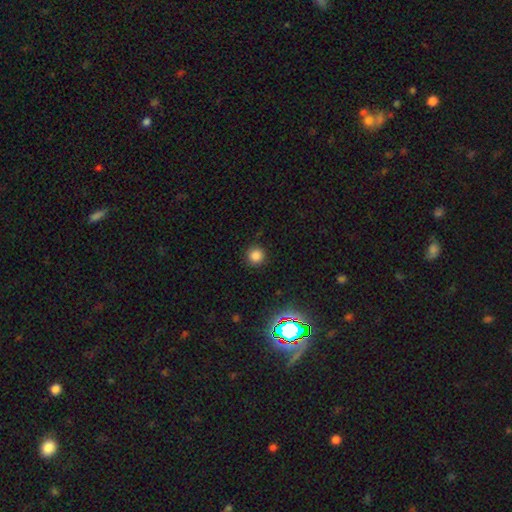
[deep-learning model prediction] This is clearly a smooth galaxy (81%). How rounded: clearly round (95%). Merging: clearly none (90%).